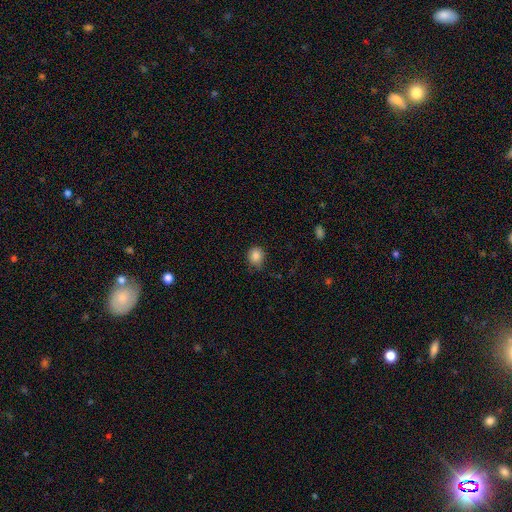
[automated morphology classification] Smooth or featured?
  - smooth: 85% *
  - star or artifact: 10%
  - featured or disk: 5%
How rounded?
  - round: 75% *
  - in between: 24%
  - cigar-shaped: 1%
Merging?
  - none: 72% *
  - minor disturbance: 22%
  - major disturbance: 4%
  - merger: 1%